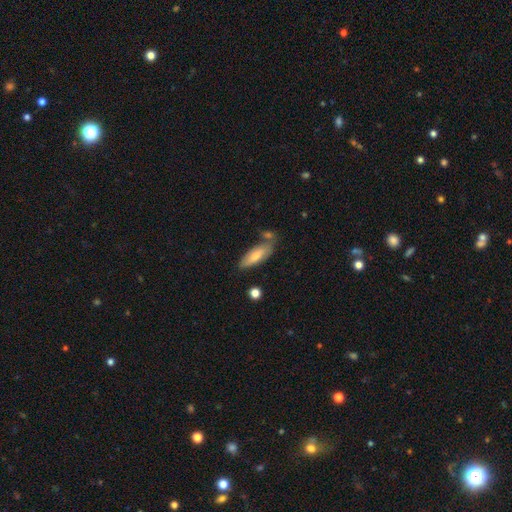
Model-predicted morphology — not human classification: This is likely a smooth galaxy (71%). How rounded: possibly in between (59%). Merging: possibly none (60%).